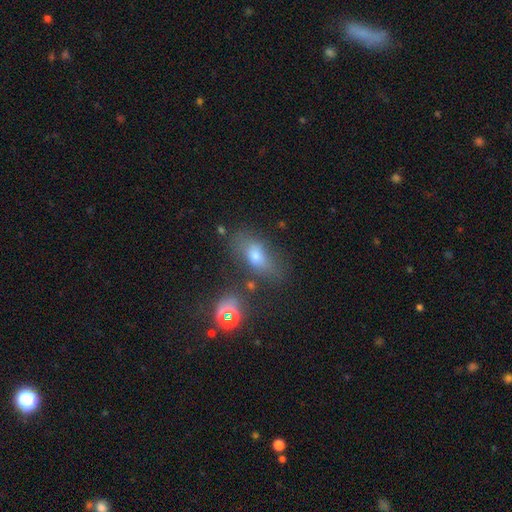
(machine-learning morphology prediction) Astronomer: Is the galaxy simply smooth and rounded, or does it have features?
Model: smooth — 60%.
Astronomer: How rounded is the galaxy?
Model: in between — 76%.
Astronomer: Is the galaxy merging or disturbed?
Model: none — 65%.